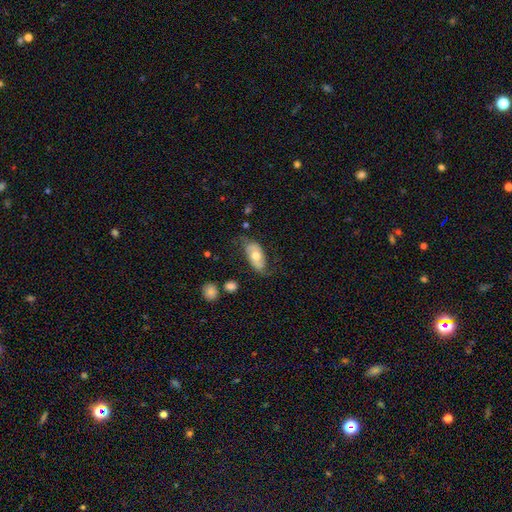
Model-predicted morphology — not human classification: Smooth or featured? Predicted: smooth (p=0.52). How rounded? Predicted: in between (p=0.91). Merging? Predicted: none (p=0.59).